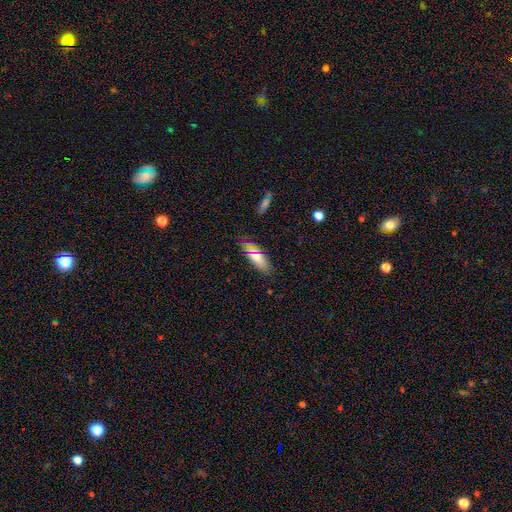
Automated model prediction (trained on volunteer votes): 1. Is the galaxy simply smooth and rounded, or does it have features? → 72% smooth, 14% featured or disk, 14% star or artifact.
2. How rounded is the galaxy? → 74% in between, 23% cigar-shaped, 3% round.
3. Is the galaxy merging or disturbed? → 82% none, 13% minor disturbance, 3% major disturbance, 1% merger.